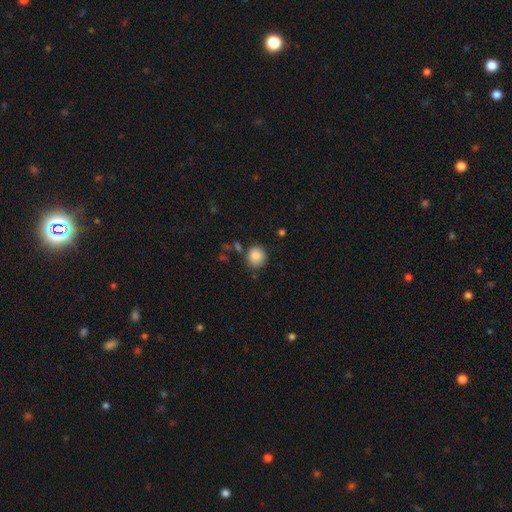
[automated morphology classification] Smooth or featured?
  - smooth: 86% *
  - star or artifact: 9%
  - featured or disk: 5%
How rounded?
  - round: 81% *
  - in between: 18%
  - cigar-shaped: 1%
Merging?
  - none: 79% *
  - minor disturbance: 13%
  - merger: 5%
  - major disturbance: 3%